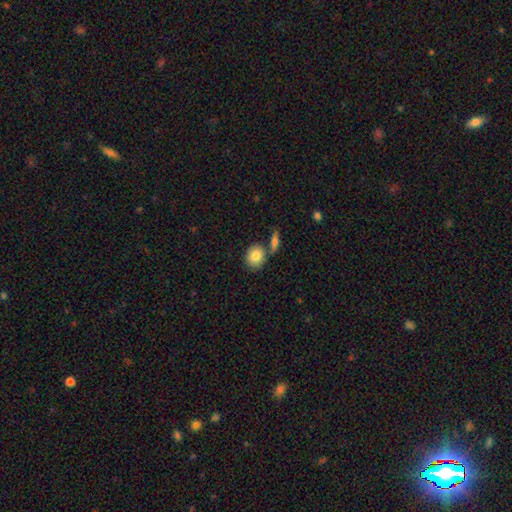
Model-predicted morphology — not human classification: smooth-or-featured: smooth: 85% | featured or disk: 8% | star or artifact: 7%
  how-rounded: round: 61% | in between: 37% | cigar-shaped: 2%
  merging: none: 64% | merger: 21% | minor disturbance: 12% | major disturbance: 4%